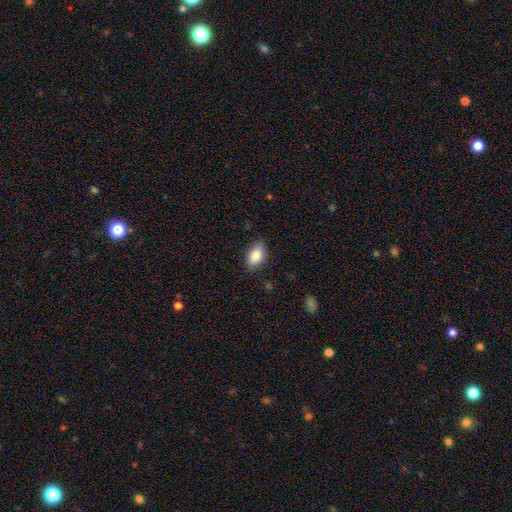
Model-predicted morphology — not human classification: Smooth or featured? Predicted: smooth (p=0.84). How rounded? Predicted: in between (p=0.90). Merging? Predicted: none (p=0.81).